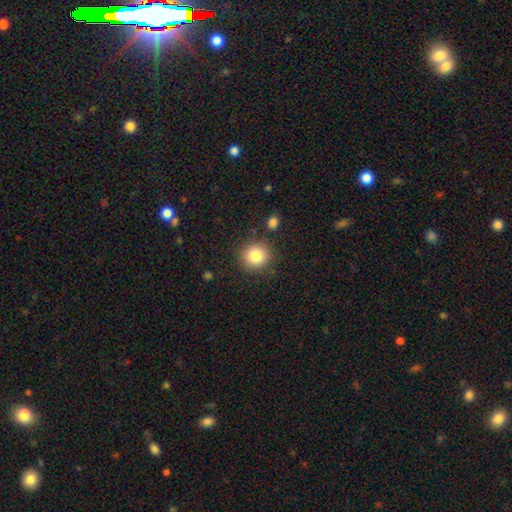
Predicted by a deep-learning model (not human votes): This appears to be a smooth galaxy with no disk features (82%) that is round (90%). Merging: none (86%).